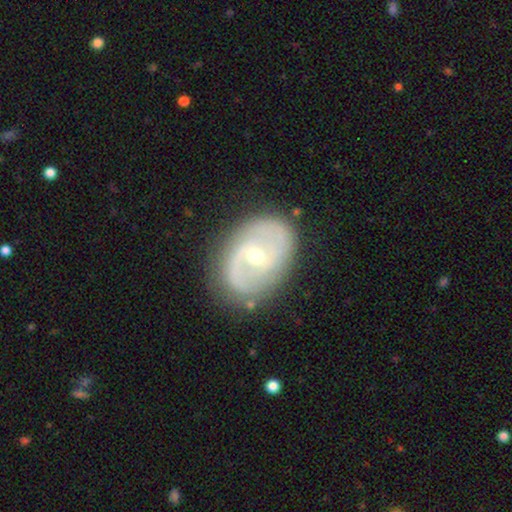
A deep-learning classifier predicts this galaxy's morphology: Overall: featured or disk (84%). Edge-on disk: no (97%). Bar: no (55%; weak 37%). Spiral arms: yes (91%). Spiral arm count: 2 (79%). Spiral winding: medium (45%; tight 39%). Bulge size: moderate (54%; small 42%). Merging: none (80%).